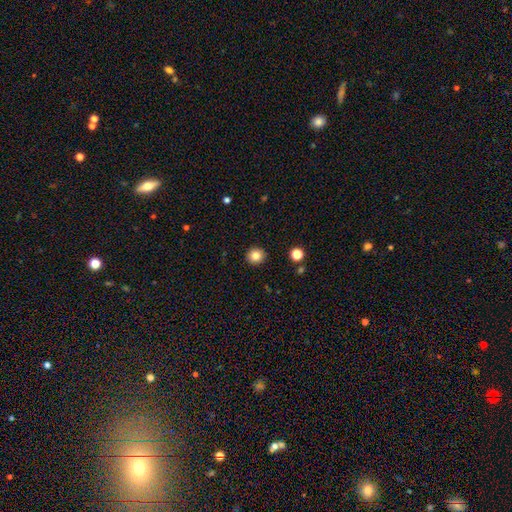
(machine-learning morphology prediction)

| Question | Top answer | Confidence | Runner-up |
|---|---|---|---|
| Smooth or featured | smooth | 82% | star or artifact (11%) |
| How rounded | round | 92% | in between (7%) |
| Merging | none | 93% | minor disturbance (5%) |